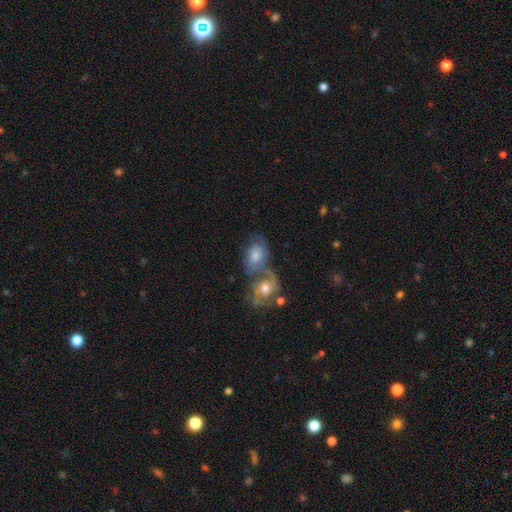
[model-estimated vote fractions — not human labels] Smooth or featured? Predicted: featured or disk (p=0.58). Edge-on disk? Predicted: no (p=0.95). Bar? Predicted: no (p=0.67). Spiral arms? Predicted: yes (p=0.82). Bulge size? Predicted: moderate (p=0.64). Merging? Predicted: merger (p=0.57).